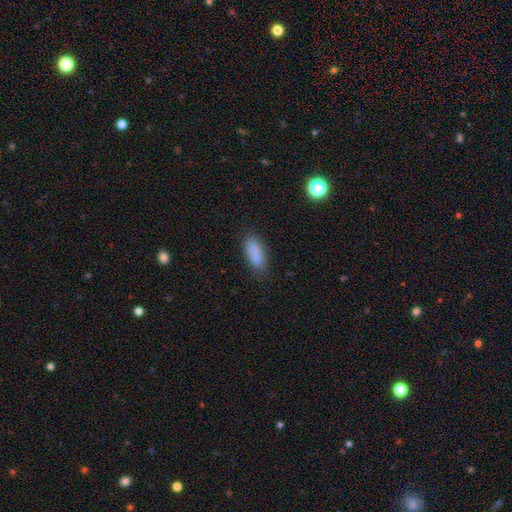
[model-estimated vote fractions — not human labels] Smooth or featured? smooth (85%)
How rounded? in between (71%)
Merging? none (78%)